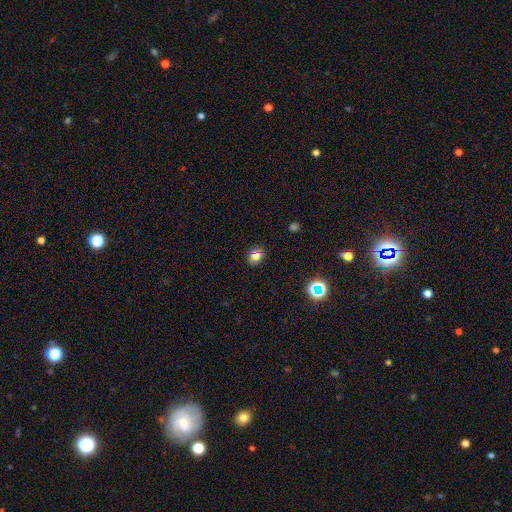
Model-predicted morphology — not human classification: smooth_or_featured: smooth (p=0.65) [alt: star or artifact p=0.23]
how_rounded: round (p=0.57) [alt: in between p=0.41]
merging: none (p=0.87) [alt: minor disturbance p=0.09]